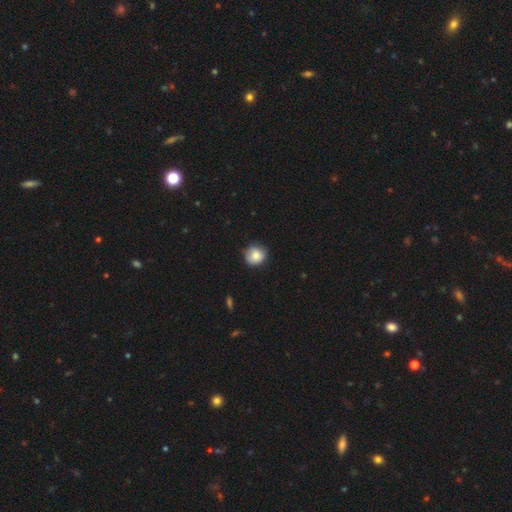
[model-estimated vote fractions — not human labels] The model was most divided on "merging": none: 78%, minor disturbance: 18%, major disturbance: 3%, merger: 1%. More confident: how rounded — round (89%); smooth or featured — smooth (83%).